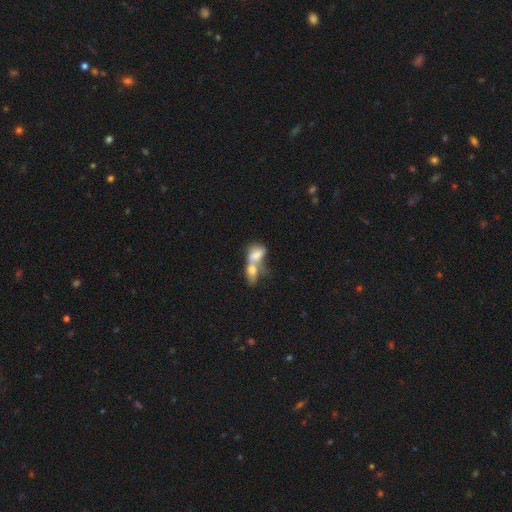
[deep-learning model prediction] Overall: smooth (67%). How rounded: in between (84%). Merging: merger (80%).